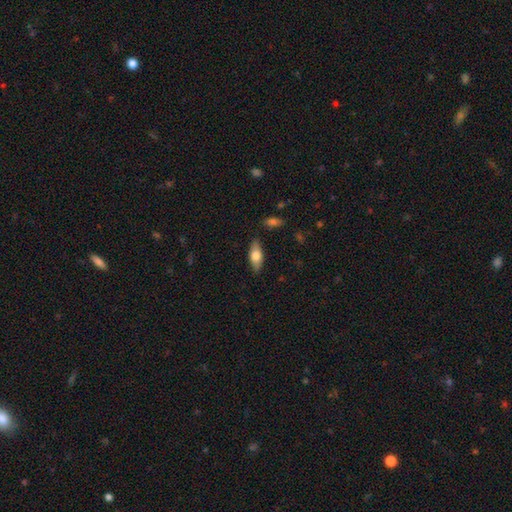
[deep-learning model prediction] The model was most divided on "smooth or featured": smooth: 66%, featured or disk: 28%, star or artifact: 6%. More confident: merging — none (84%); how rounded — in between (74%).